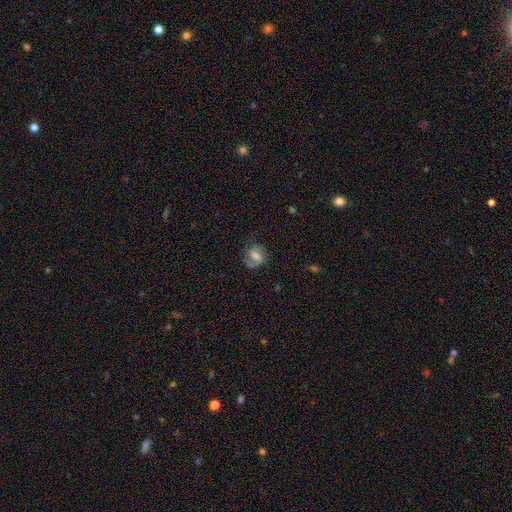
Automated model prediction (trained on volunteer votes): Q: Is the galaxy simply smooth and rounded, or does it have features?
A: featured or disk — 70%.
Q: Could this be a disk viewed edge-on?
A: no — 97%.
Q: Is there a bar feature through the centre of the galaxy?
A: weak — 49%.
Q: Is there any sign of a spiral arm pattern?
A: yes — 92%.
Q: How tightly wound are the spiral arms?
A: medium — 48%.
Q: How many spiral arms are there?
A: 2 — 68%.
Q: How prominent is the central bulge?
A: moderate — 37%.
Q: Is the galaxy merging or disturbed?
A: none — 65%.